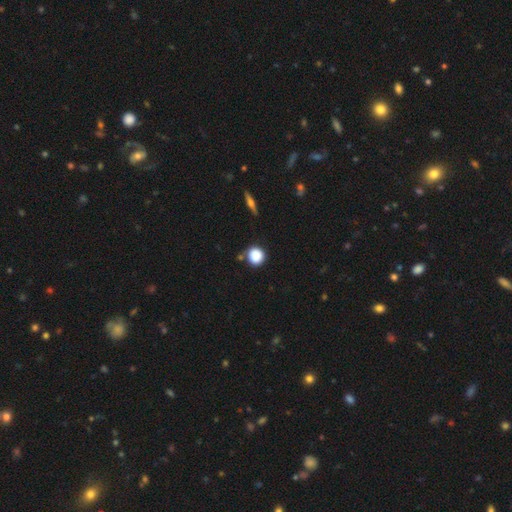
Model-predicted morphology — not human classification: type=smooth (86%); roundness=round (93%); merging=none (81%).